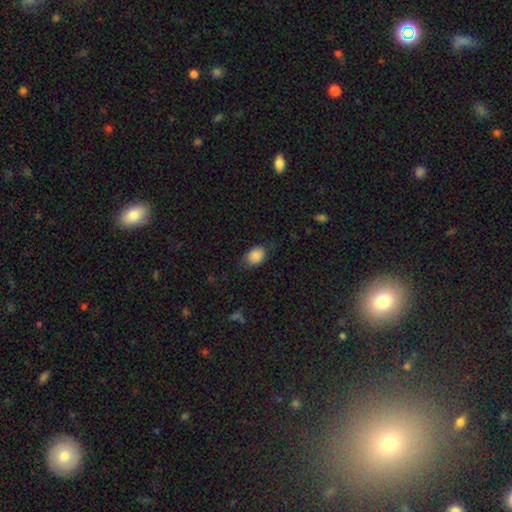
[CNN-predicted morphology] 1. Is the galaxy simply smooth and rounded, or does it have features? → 87% smooth, 8% star or artifact, 5% featured or disk.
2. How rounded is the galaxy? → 70% in between, 29% round, 1% cigar-shaped.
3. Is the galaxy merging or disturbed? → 72% none, 21% minor disturbance, 5% major disturbance, 1% merger.